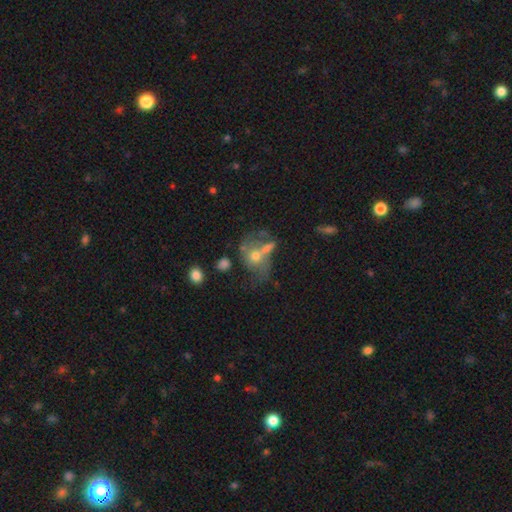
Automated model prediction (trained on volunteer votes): A smooth galaxy with no disk features (45%).

Vote fractions:
- Smooth or featured? smooth: 45% / featured or disk: 42% / star or artifact: 13%
- Merging? merger: 39% / major disturbance: 23% / none: 22% / minor disturbance: 15%